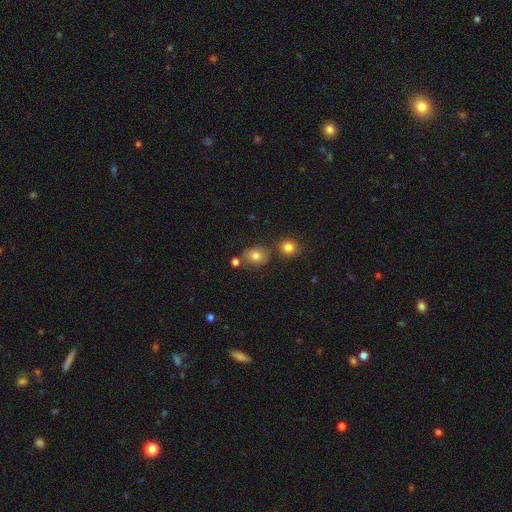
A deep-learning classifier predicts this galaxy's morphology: smooth-or-featured: smooth: 78% | star or artifact: 11% | featured or disk: 11%
  how-rounded: round: 56% | in between: 43% | cigar-shaped: 1%
  merging: none: 69% | minor disturbance: 15% | merger: 12% | major disturbance: 4%